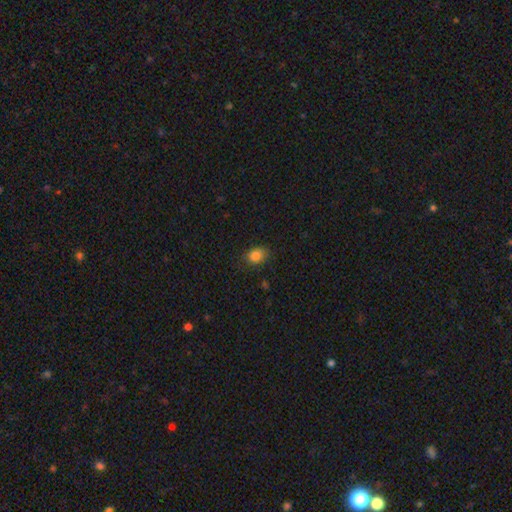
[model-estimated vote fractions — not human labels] A smooth galaxy with no disk features (84%) that is in between round and cigar-shaped (61%).

Vote fractions:
- Smooth or featured? smooth: 84% / star or artifact: 10% / featured or disk: 5%
- How rounded? in between: 61% / round: 38% / cigar-shaped: 1%
- Merging? none: 79% / minor disturbance: 16% / major disturbance: 4% / merger: 1%